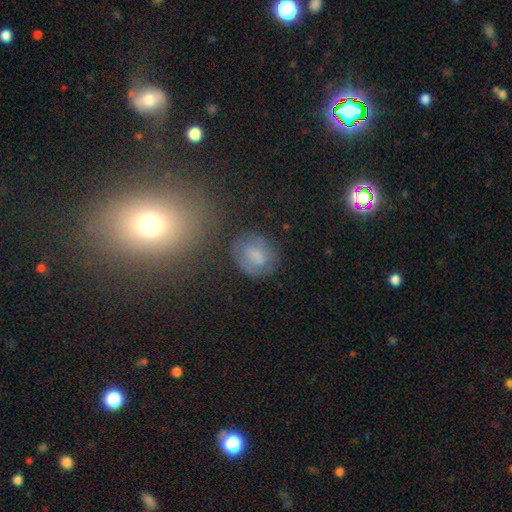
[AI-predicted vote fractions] smooth 62%, featured or disk 28%, star or artifact 10%. Down the decision tree: how rounded — in between (52%); merging — none (63%).